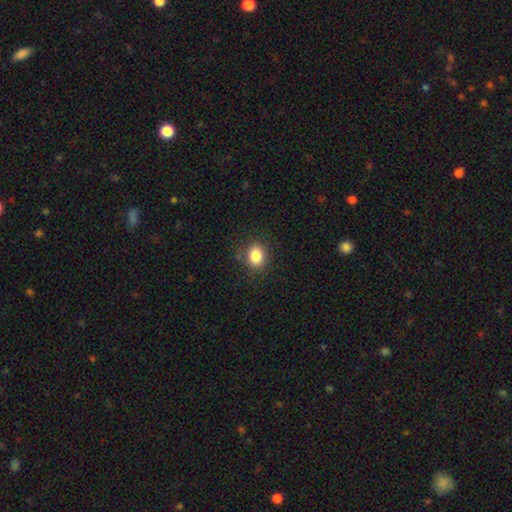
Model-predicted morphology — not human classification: This appears to be a smooth galaxy with no disk features (84%) that is in between round and cigar-shaped (53%). Merging: none (85%).